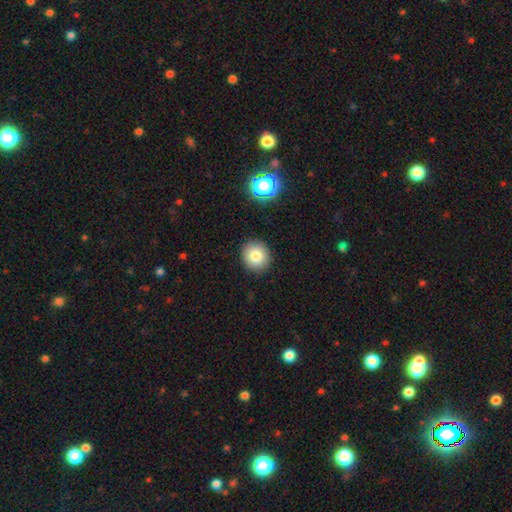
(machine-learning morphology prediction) Overall: smooth (81%). How rounded: round (91%). Merging: none (90%).